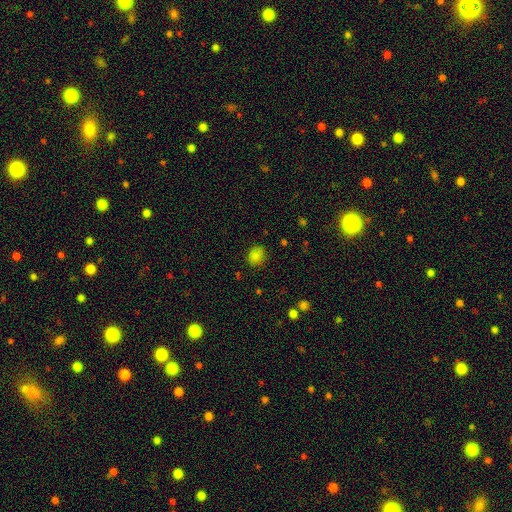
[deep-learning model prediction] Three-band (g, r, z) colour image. It shows a smooth galaxy with no disk features (83%) that is round (67%). Merging: none (82%).